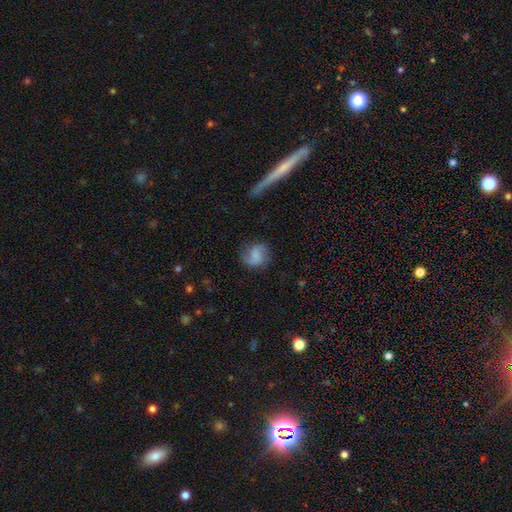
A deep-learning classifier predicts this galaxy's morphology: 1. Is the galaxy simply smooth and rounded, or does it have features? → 49% smooth, 42% featured or disk, 9% star or artifact.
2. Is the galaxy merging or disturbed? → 74% none, 17% minor disturbance, 7% major disturbance, 2% merger.